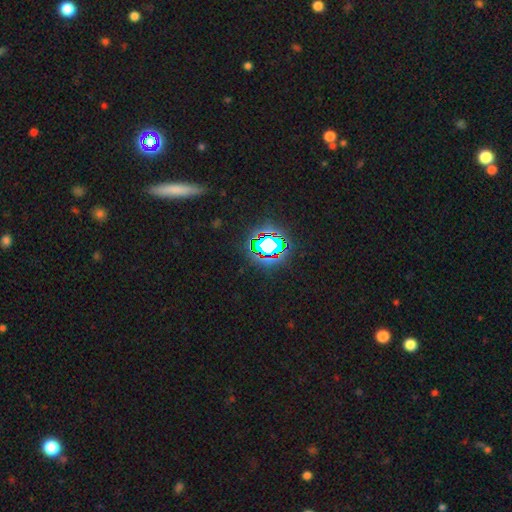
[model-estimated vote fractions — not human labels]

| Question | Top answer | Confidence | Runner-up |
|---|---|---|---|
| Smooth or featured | star or artifact | 72% | smooth (17%) |